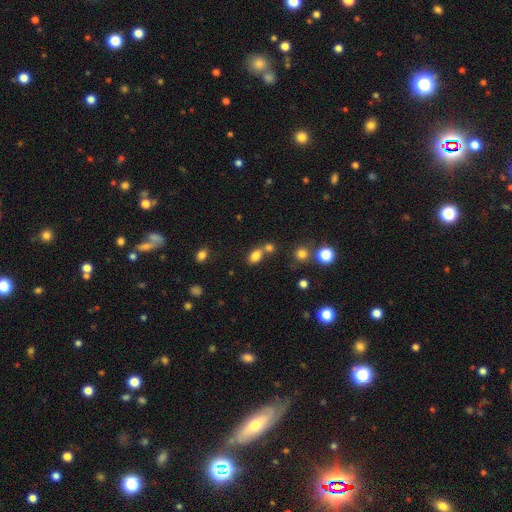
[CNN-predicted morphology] type=smooth (81%); roundness=in between (82%); merging=none (51%).